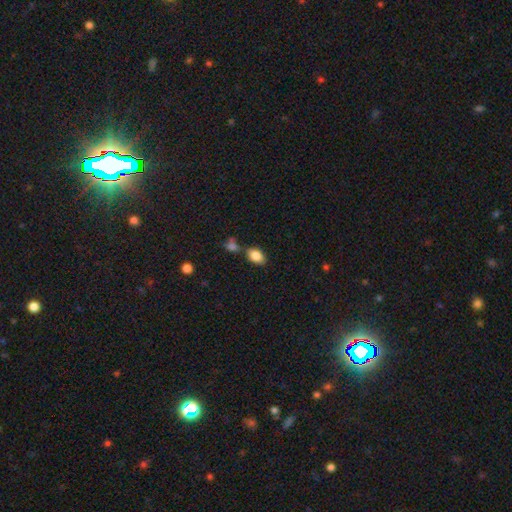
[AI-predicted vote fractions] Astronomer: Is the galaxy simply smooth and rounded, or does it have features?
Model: smooth — 85%.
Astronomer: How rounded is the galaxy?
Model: in between — 88%.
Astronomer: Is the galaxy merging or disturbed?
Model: none — 64%.